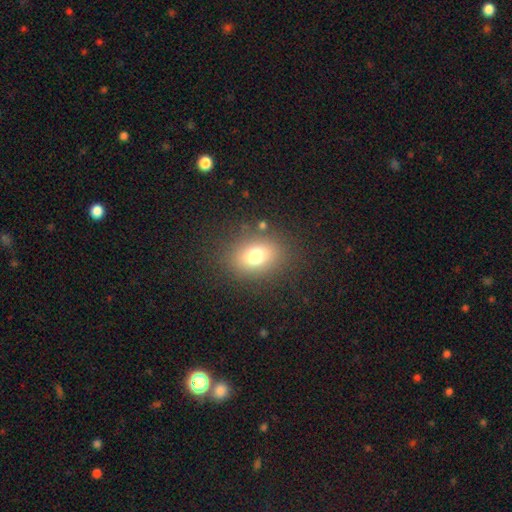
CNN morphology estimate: Overall: smooth (74%). How rounded: in between (55%; round 43%). Merging: none (84%).